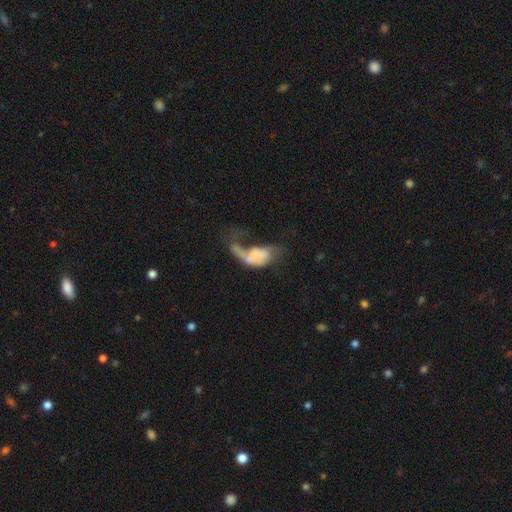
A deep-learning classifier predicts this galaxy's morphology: Smooth or featured?
  - smooth: 49% *
  - featured or disk: 42%
  - star or artifact: 9%
Merging?
  - major disturbance: 49% *
  - merger: 30%
  - none: 11%
  - minor disturbance: 10%